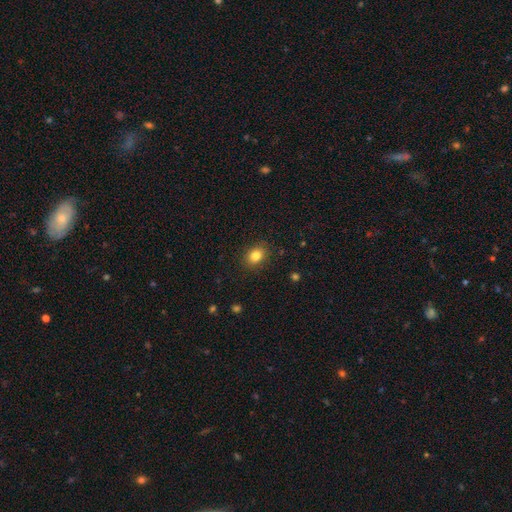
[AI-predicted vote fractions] Overall: smooth (83%). How rounded: in between (59%; round 40%). Merging: none (87%).